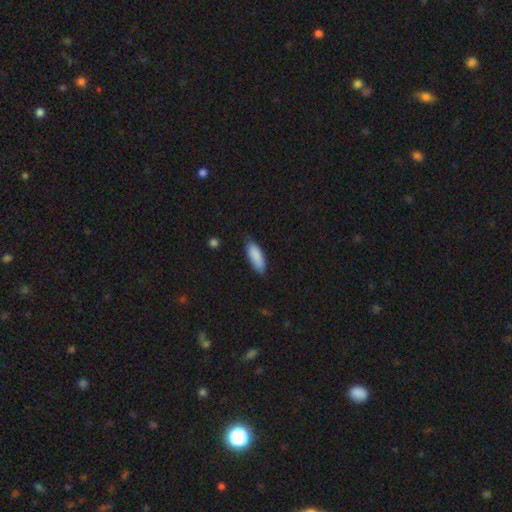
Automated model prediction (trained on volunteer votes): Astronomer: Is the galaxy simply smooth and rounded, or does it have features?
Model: smooth — 87%.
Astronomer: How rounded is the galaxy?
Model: in between — 67%.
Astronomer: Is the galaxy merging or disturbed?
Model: none — 77%.